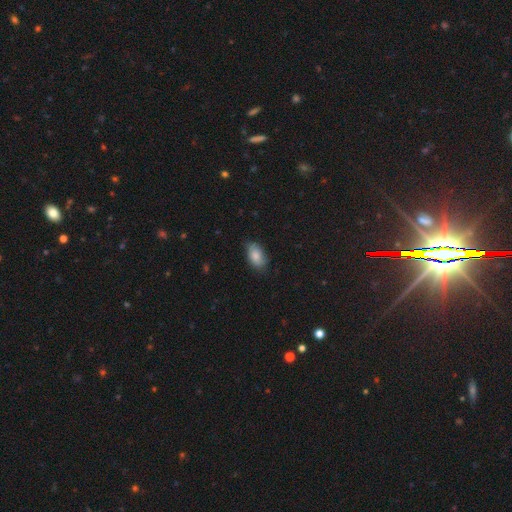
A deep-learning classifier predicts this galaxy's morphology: A smooth galaxy with no disk features (83%) that is in between round and cigar-shaped (92%). Merging: none (73%).